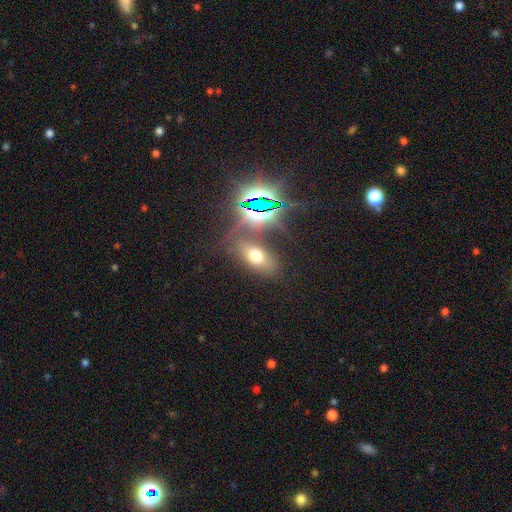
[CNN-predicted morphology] This appears to be a smooth galaxy with no disk features (54%) that is in between round and cigar-shaped (80%). Merging: none (70%).